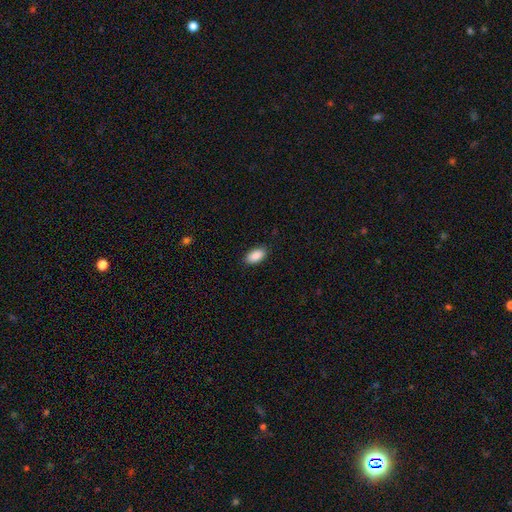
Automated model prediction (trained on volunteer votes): A smooth galaxy with no disk features (90%) that is in between round and cigar-shaped (94%). Merging: none (88%).